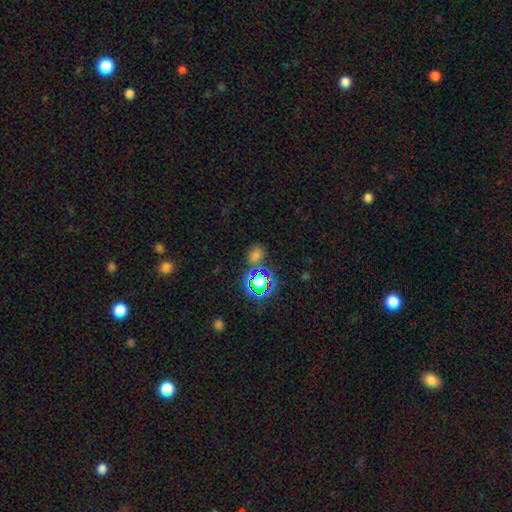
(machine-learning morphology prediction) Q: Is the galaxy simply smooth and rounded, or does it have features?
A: smooth — 52%.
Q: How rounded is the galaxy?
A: round — 58%.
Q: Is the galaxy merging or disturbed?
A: none — 68%.